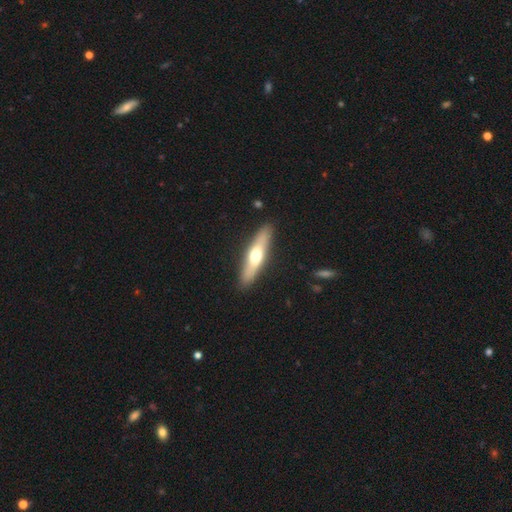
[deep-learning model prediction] Overall: smooth (48%; featured or disk 47%). Merging: none (89%).